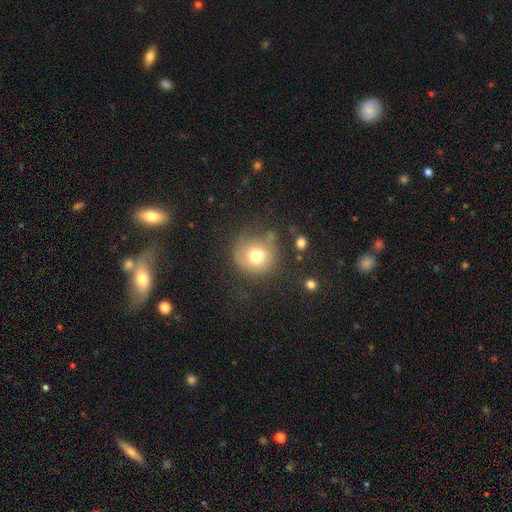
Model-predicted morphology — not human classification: Q: Smooth or featured?
A: smooth (72%); runner-up: featured or disk (17%)
Q: How rounded?
A: round (87%); runner-up: in between (12%)
Q: Merging?
A: none (59%); runner-up: minor disturbance (23%)